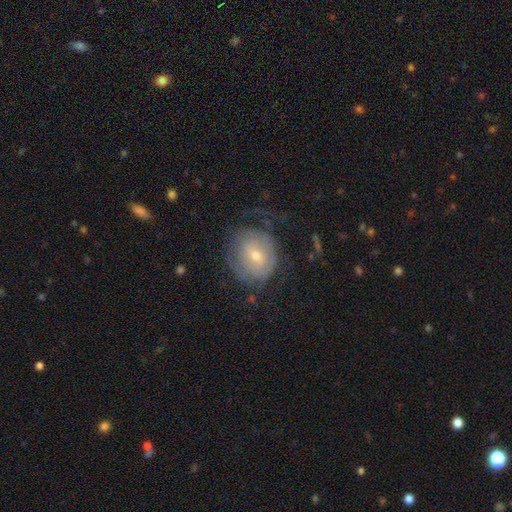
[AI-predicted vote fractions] Morphology: type=featured or disk (58%); edge-on=no (96%); bar=no (50%); spiral arms=yes (66%); bulge=small (54%); merging=none (56%).